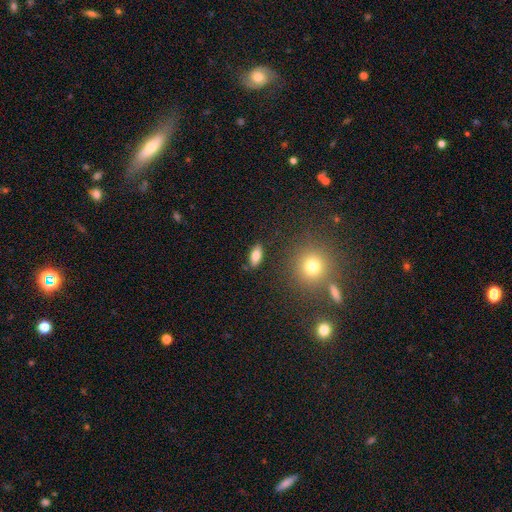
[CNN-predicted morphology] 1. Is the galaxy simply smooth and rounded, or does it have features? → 79% smooth, 12% featured or disk, 9% star or artifact.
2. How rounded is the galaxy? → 83% in between, 12% cigar-shaped, 5% round.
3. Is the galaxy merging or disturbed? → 86% none, 9% minor disturbance, 3% major disturbance, 2% merger.